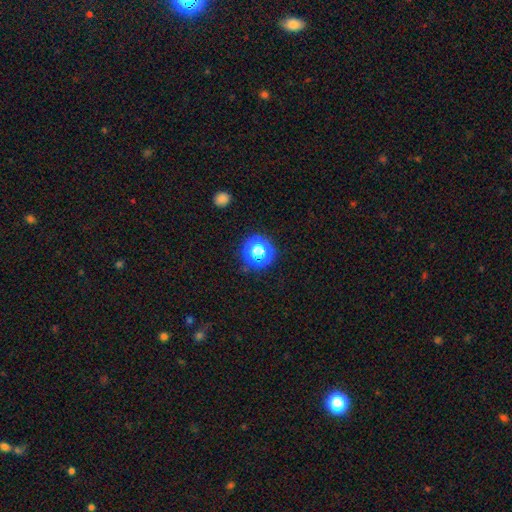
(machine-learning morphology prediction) The model was most divided on "smooth or featured": star or artifact: 62%, smooth: 32%, featured or disk: 6%.